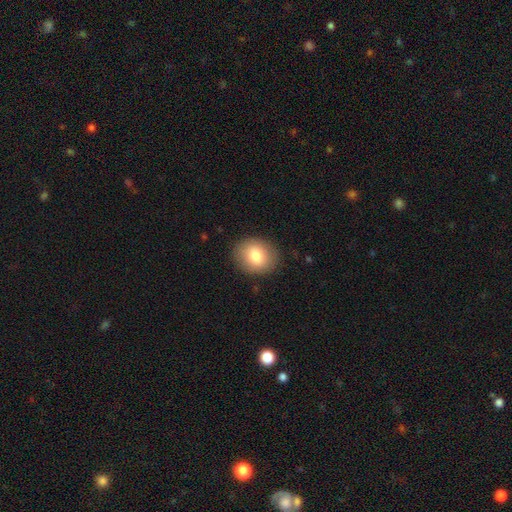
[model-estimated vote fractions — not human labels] Smooth or featured? smooth (82%)
How rounded? round (66%)
Merging? none (88%)